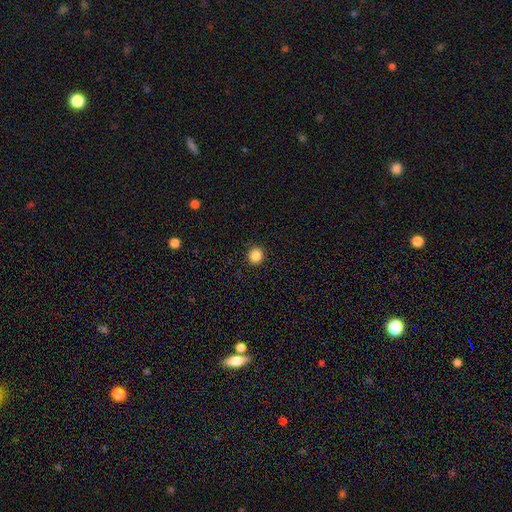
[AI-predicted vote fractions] smooth 86%, star or artifact 10%, featured or disk 4%. Down the decision tree: how rounded — round (92%); merging — none (91%).